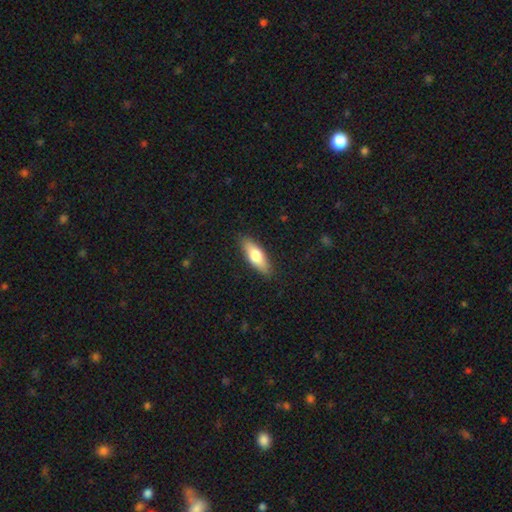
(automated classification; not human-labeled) Smooth or featured?
  - smooth: 69% *
  - featured or disk: 25%
  - star or artifact: 6%
How rounded?
  - in between: 61% *
  - cigar-shaped: 36%
  - round: 3%
Merging?
  - none: 88% *
  - minor disturbance: 9%
  - major disturbance: 2%
  - merger: 1%